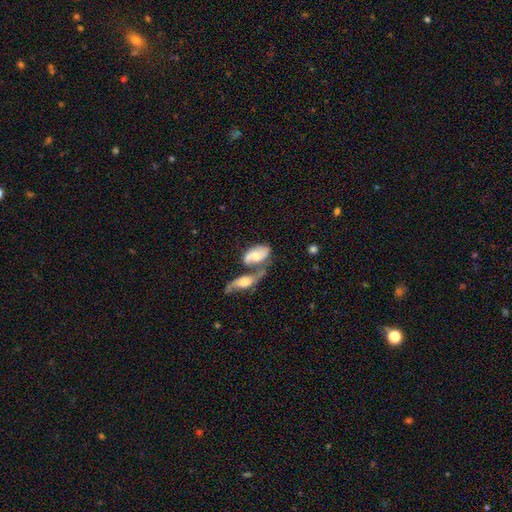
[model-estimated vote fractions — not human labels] Q: Smooth or featured?
A: featured or disk (55%); runner-up: smooth (39%)
Q: Edge-on disk?
A: no (91%); runner-up: yes (9%)
Q: Bar?
A: no (66%); runner-up: weak (26%)
Q: Spiral arms?
A: yes (73%); runner-up: no (27%)
Q: Bulge size?
A: moderate (63%); runner-up: small (20%)
Q: Merging?
A: merger (64%); runner-up: none (18%)